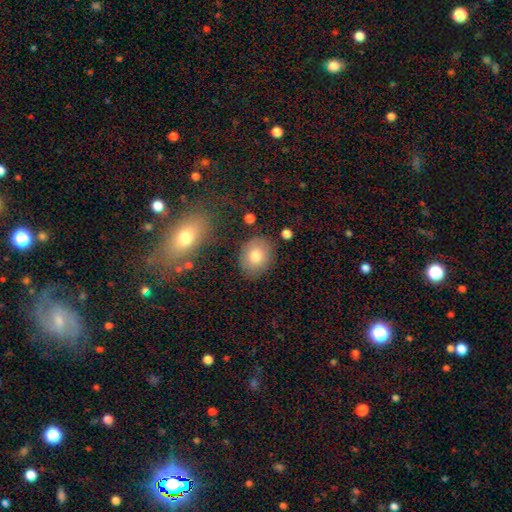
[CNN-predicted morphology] type=smooth (79%); roundness=in between (56%); merging=none (83%).